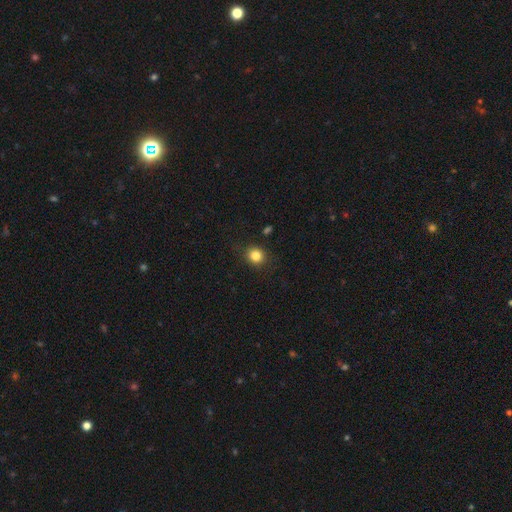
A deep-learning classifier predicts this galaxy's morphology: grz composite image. It shows a smooth galaxy with no disk features (83%) that is round (84%). Merging: none (86%).